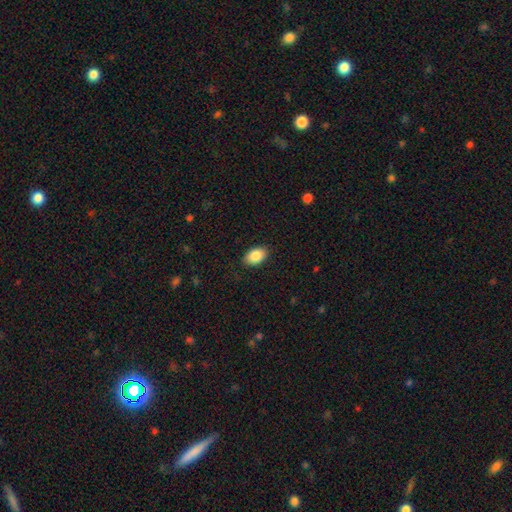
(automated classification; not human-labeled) Morphology: type=smooth (87%); roundness=in between (91%); merging=none (88%).